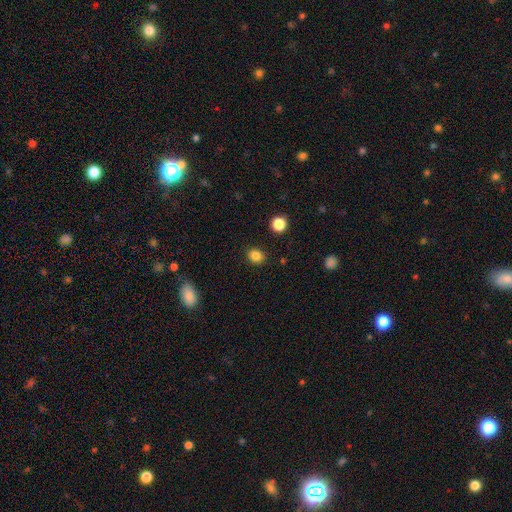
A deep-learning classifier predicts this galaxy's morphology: smooth_or_featured: smooth (p=0.84) [alt: star or artifact p=0.12]
how_rounded: round (p=0.69) [alt: in between p=0.30]
merging: none (p=0.89) [alt: minor disturbance p=0.07]